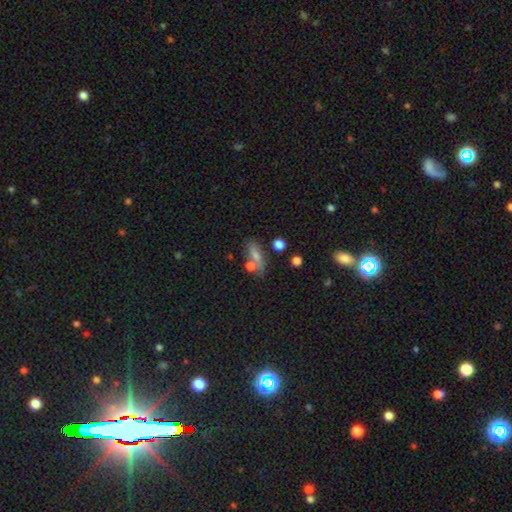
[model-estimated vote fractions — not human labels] Overall: smooth (60%; featured or disk 25%). How rounded: in between (63%; cigar-shaped 27%). Merging: none (59%; merger 20%).